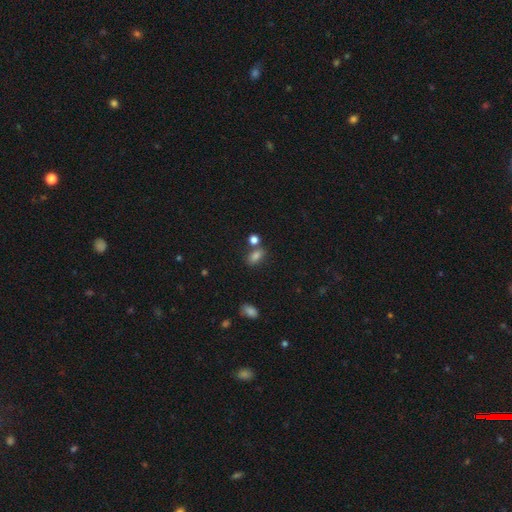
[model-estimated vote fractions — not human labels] This appears to be a smooth galaxy with no disk features (82%) that is in between round and cigar-shaped (83%). Merging: none (61%).